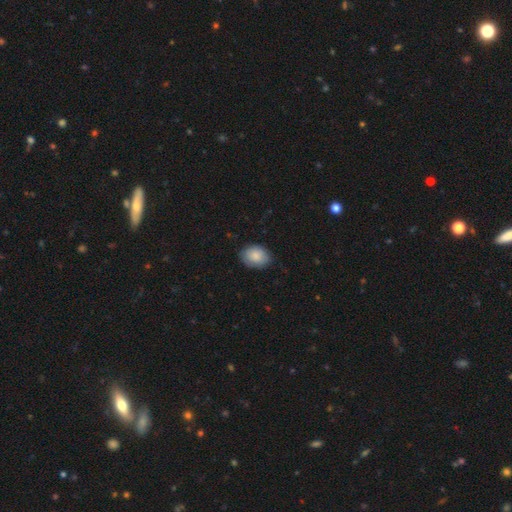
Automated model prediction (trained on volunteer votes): This appears to be a smooth galaxy with no disk features (87%) that is in between round and cigar-shaped (69%). Merging: none (83%).